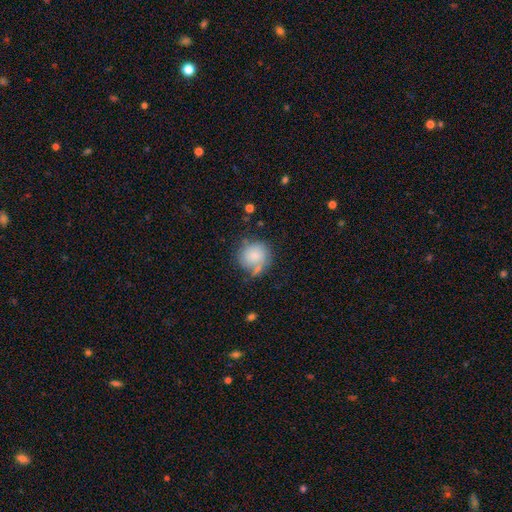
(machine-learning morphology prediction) The model was most divided on "merging": none: 53%, minor disturbance: 25%, major disturbance: 11%, merger: 11%. More confident: how rounded — round (86%); smooth or featured — smooth (72%).